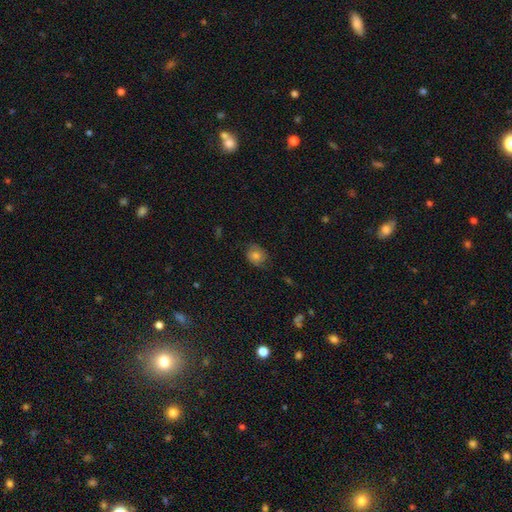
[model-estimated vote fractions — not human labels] Smooth or featured?
  - smooth: 66% *
  - featured or disk: 24%
  - star or artifact: 10%
How rounded?
  - round: 59% *
  - in between: 40%
  - cigar-shaped: 1%
Merging?
  - none: 69% *
  - minor disturbance: 23%
  - major disturbance: 7%
  - merger: 1%